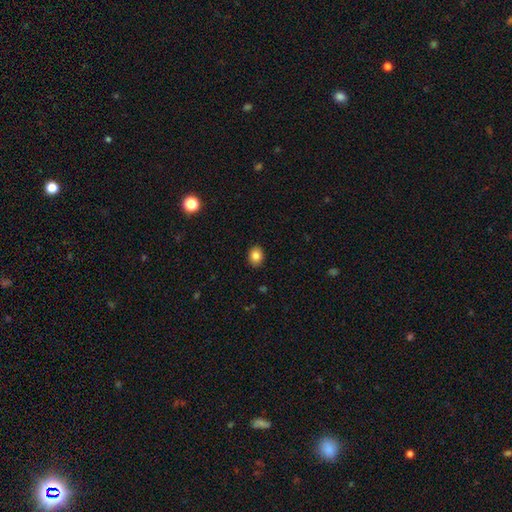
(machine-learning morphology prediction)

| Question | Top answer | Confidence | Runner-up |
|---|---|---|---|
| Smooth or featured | smooth | 84% | star or artifact (9%) |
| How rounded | in between | 53% | round (46%) |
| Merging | none | 90% | minor disturbance (8%) |